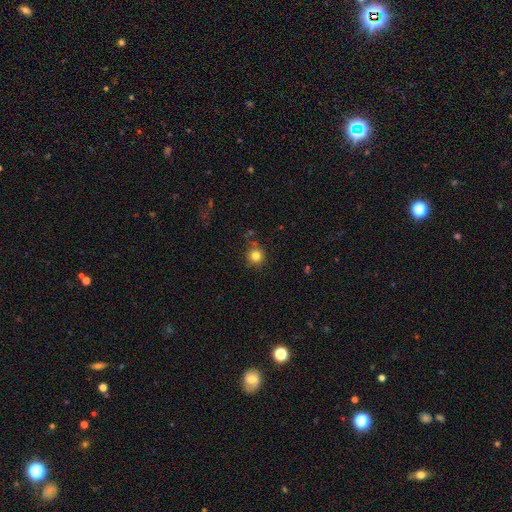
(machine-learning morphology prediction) smooth-or-featured: smooth: 81% | star or artifact: 13% | featured or disk: 6%
  how-rounded: round: 93% | in between: 6% | cigar-shaped: 1%
  merging: none: 81% | minor disturbance: 12% | merger: 4% | major disturbance: 3%